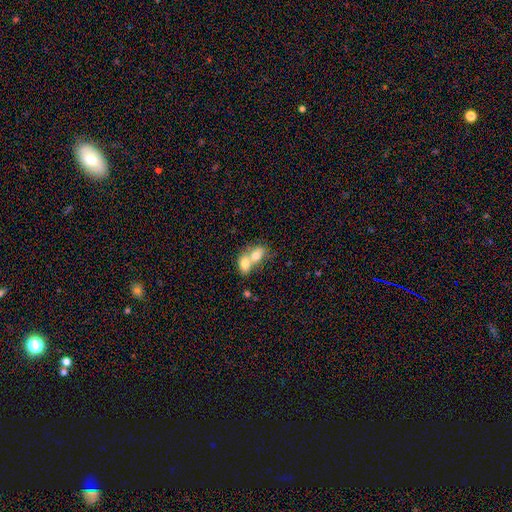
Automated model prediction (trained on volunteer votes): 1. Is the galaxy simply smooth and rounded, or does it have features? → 73% smooth, 20% featured or disk, 8% star or artifact.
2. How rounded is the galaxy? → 76% in between, 21% round, 2% cigar-shaped.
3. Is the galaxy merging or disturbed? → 78% merger, 14% none, 5% minor disturbance, 3% major disturbance.